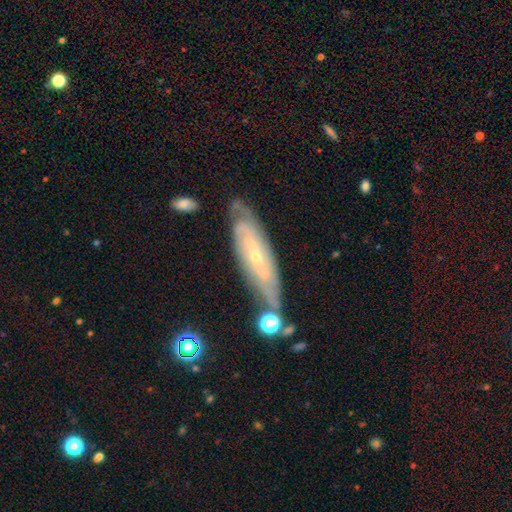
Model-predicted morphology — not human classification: Q: Smooth or featured?
A: featured or disk (78%); runner-up: smooth (15%)
Q: Edge-on disk?
A: no (79%); runner-up: yes (21%)
Q: Bar?
A: no (51%); runner-up: weak (33%)
Q: Spiral arms?
A: yes (90%); runner-up: no (10%)
Q: Spiral winding?
A: tight (66%); runner-up: medium (26%)
Q: Spiral arm count?
A: can't tell (47%); runner-up: 2 (33%)
Q: Bulge size?
A: small (74%); runner-up: moderate (23%)
Q: Merging?
A: none (69%); runner-up: minor disturbance (20%)